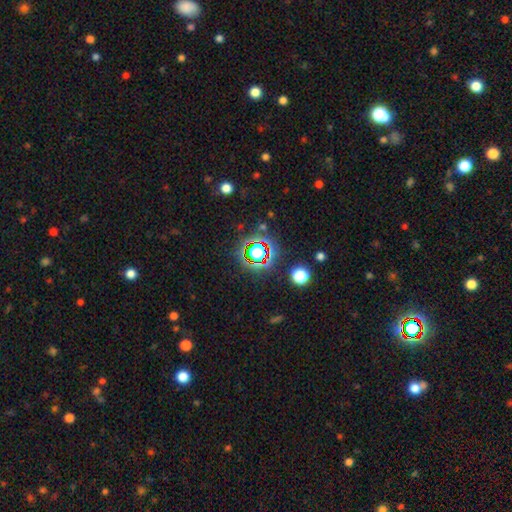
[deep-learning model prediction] A star or artifact, not a galaxy (67%).